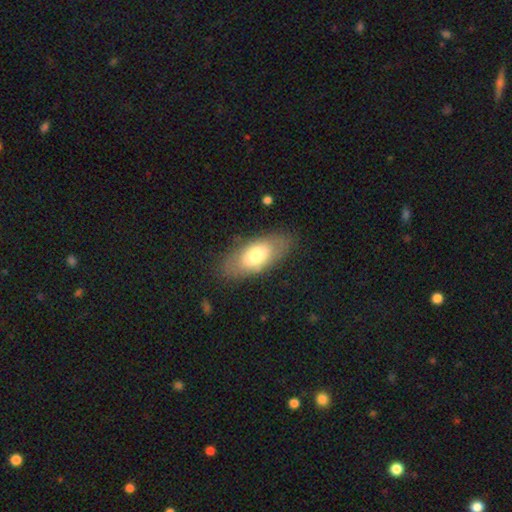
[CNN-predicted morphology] The model was most divided on "smooth or featured": smooth: 68%, featured or disk: 25%, star or artifact: 7%. More confident: how rounded — in between (88%); merging — none (79%).